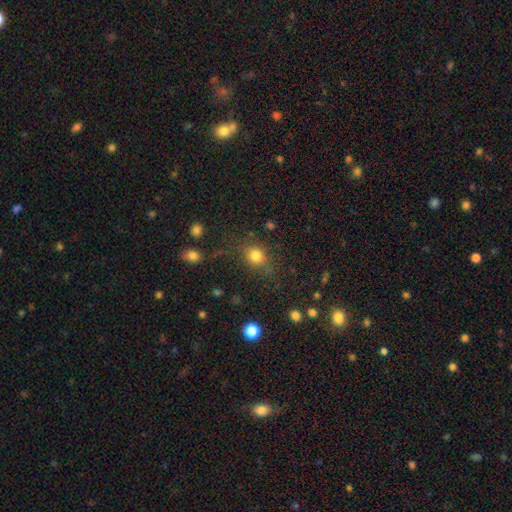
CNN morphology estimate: Overall: smooth (79%). How rounded: round (72%). Merging: none (76%).